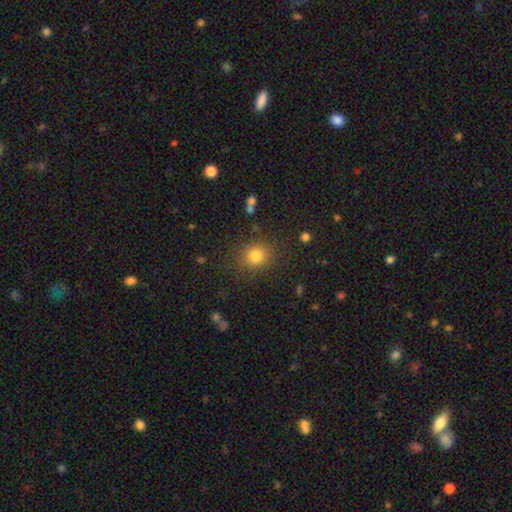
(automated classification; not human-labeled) smooth-or-featured: smooth: 81% | star or artifact: 13% | featured or disk: 6%
  how-rounded: round: 70% | in between: 29% | cigar-shaped: 1%
  merging: none: 84% | minor disturbance: 10% | major disturbance: 4% | merger: 2%